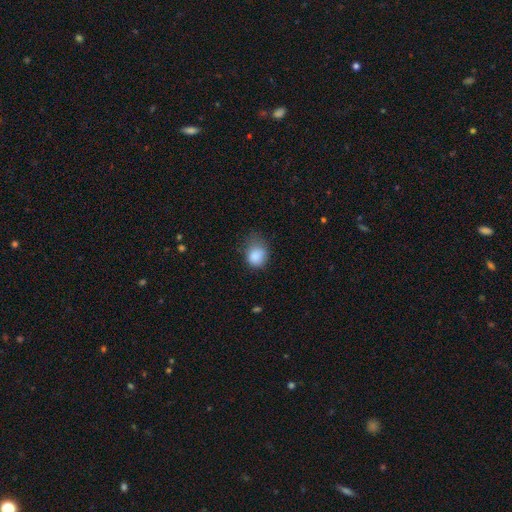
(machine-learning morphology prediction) This is clearly a smooth galaxy (84%). How rounded: possibly round (51%). Merging: marginally none (40%).